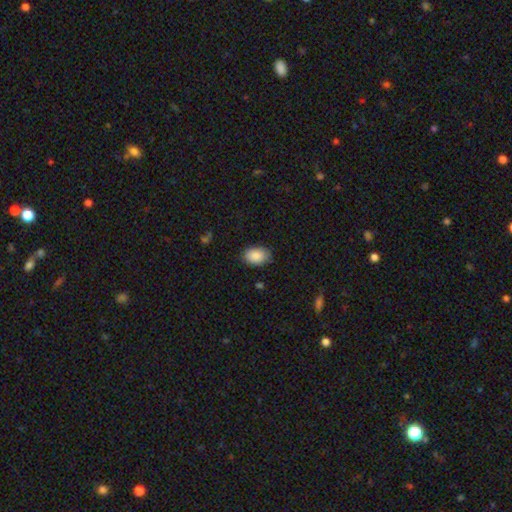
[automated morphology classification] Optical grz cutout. It shows a smooth galaxy with no disk features (88%) that is in between round and cigar-shaped (86%). Merging: none (81%).